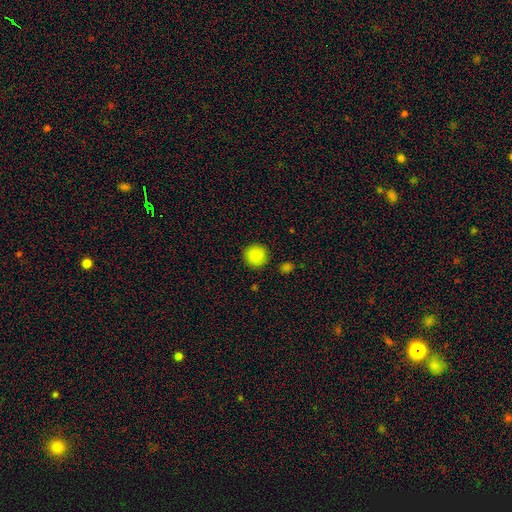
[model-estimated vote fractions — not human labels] Smooth or featured: smooth — 88% (star or artifact — 9%)
How rounded: round — 93% (in between — 6%)
Merging: none — 88% (minor disturbance — 8%)